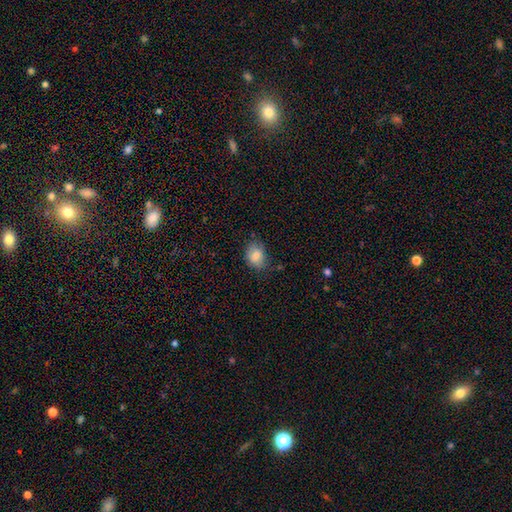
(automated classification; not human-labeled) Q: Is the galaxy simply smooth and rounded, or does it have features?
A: smooth — 83%.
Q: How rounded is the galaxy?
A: in between — 68%.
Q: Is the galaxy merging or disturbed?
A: none — 70%.